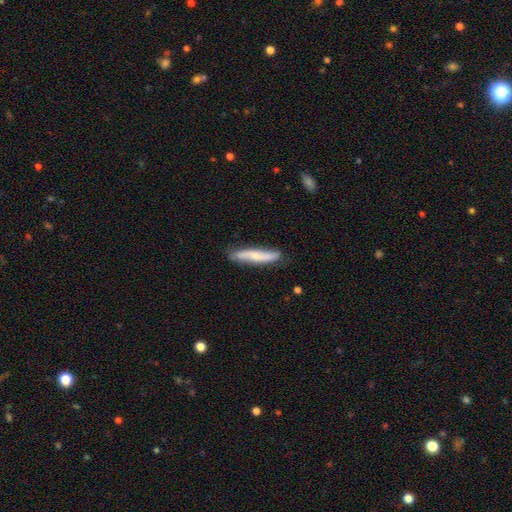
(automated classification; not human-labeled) smooth 49%, featured or disk 45%, star or artifact 6%. Down the decision tree: merging — none (81%).